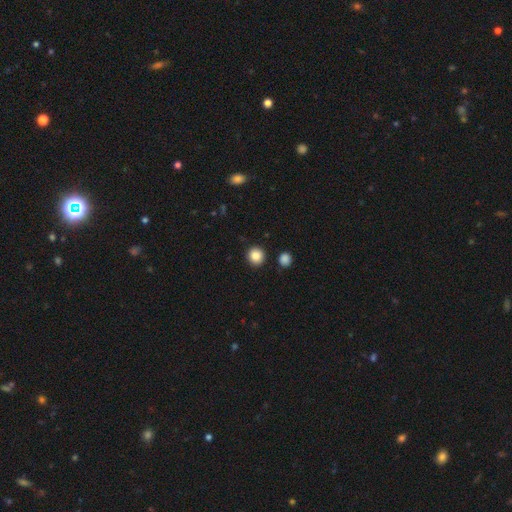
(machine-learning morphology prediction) This appears to be a smooth galaxy with no disk features (86%) that is round (92%). Merging: none (91%).